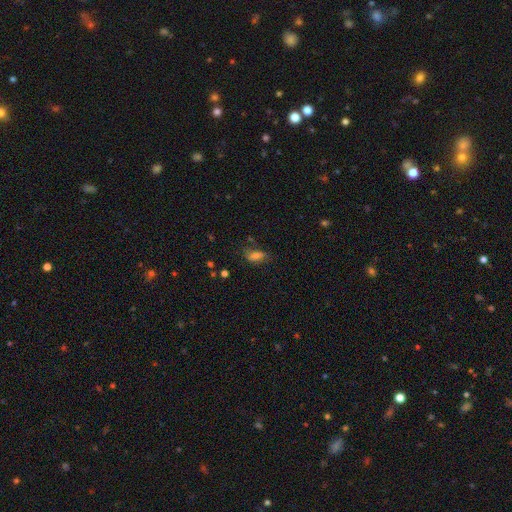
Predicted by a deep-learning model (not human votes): Q: Smooth or featured?
A: smooth (65%); runner-up: featured or disk (21%)
Q: How rounded?
A: in between (83%); runner-up: cigar-shaped (9%)
Q: Merging?
A: none (59%); runner-up: minor disturbance (26%)